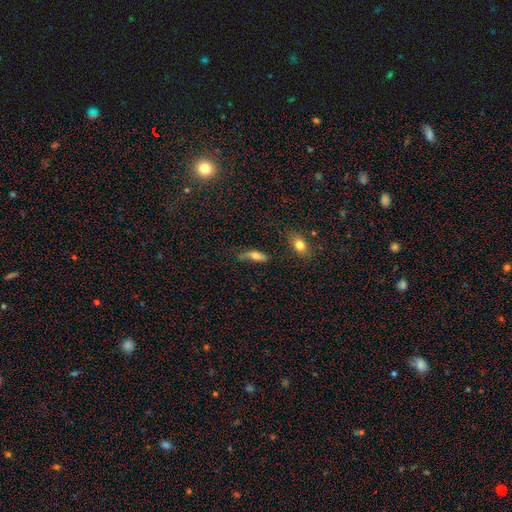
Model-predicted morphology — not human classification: This is likely a smooth galaxy (67%). How rounded: possibly in between (58%). Merging: possibly none (46%).